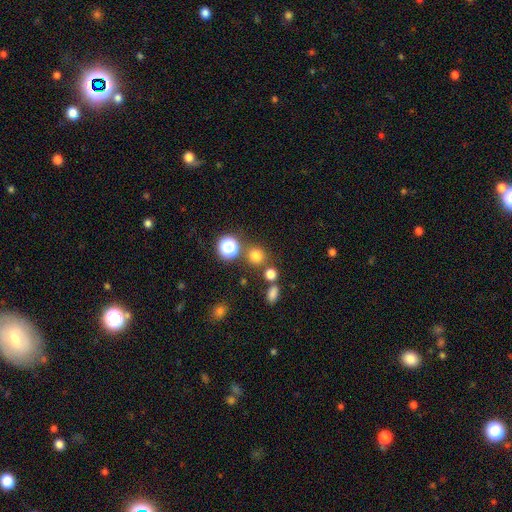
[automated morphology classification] A smooth galaxy with no disk features (73%) that is round (89%). Merging: none (76%).